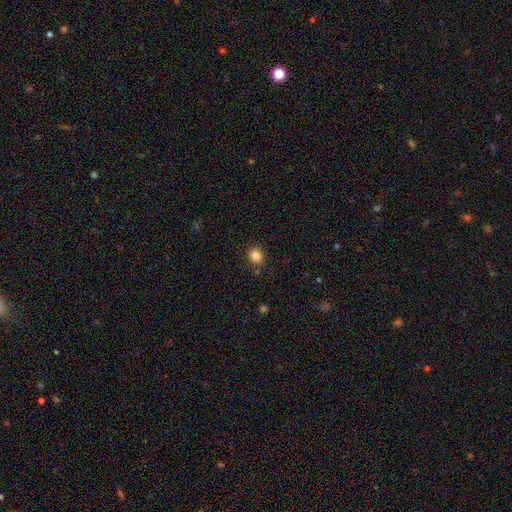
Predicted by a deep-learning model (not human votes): Smooth or featured? Predicted: smooth (p=0.85). How rounded? Predicted: round (p=0.77). Merging? Predicted: none (p=0.85).